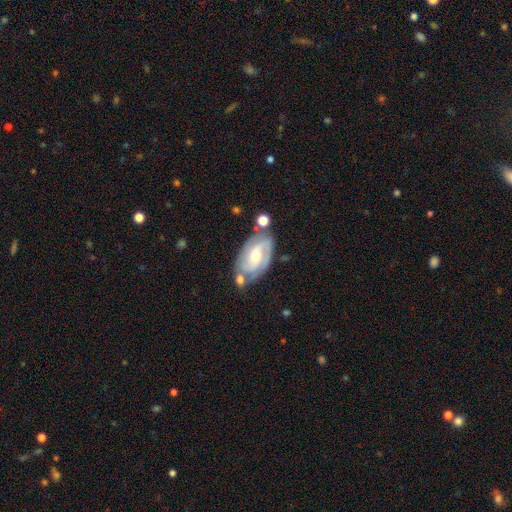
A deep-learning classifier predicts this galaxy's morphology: smooth-or-featured: featured or disk: 80% | smooth: 14% | star or artifact: 5%
  disk-edge-on: no: 95% | yes: 5%
    bar: weak: 43% | no: 40% | strong: 17%
    has-spiral-arms: yes: 93% | no: 7%
      spiral-winding: tight: 48% | medium: 40% | loose: 12%
      spiral-arm-count: 2: 65% | can't tell: 15% | 3: 13% | 1: 3% | 4: 2% | more than 4: 2%
    bulge-size: moderate: 62% | small: 33% | large: 3% | none: 1% | dominant: 1%
  merging: none: 62% | minor disturbance: 20% | merger: 12% | major disturbance: 6%